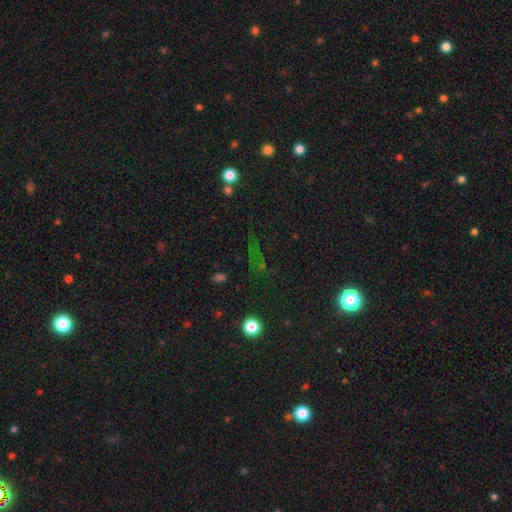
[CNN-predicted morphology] Smooth or featured?
  - star or artifact: 61% *
  - smooth: 28%
  - featured or disk: 11%